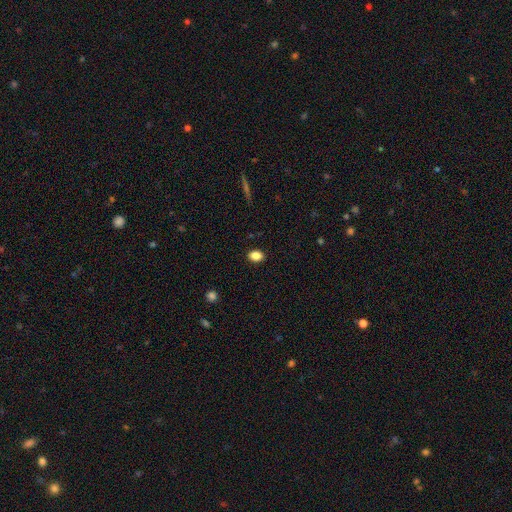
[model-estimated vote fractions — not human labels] The model was most divided on "how rounded": in between: 74%, round: 25%, cigar-shaped: 1%. More confident: merging — none (89%); smooth or featured — smooth (87%).